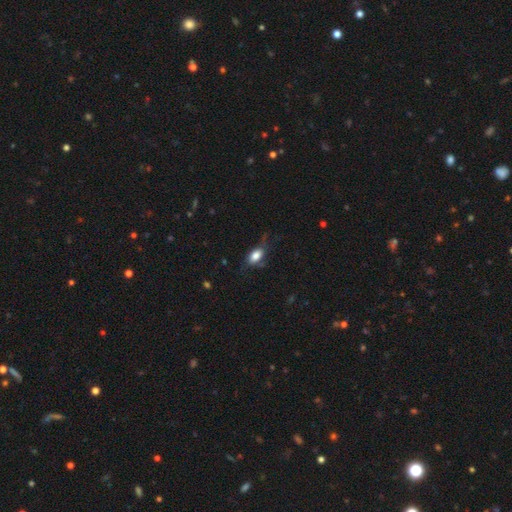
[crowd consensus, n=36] Smooth or featured?
  - smooth: 86% *
  - featured or disk: 11%
  - star or artifact: 3%
How rounded?
  - in between: 94% *
  - round: 3%
  - cigar-shaped: 3%
Merging?
  - none: 49% *
  - minor disturbance: 29%
  - major disturbance: 20%
  - merger: 3%